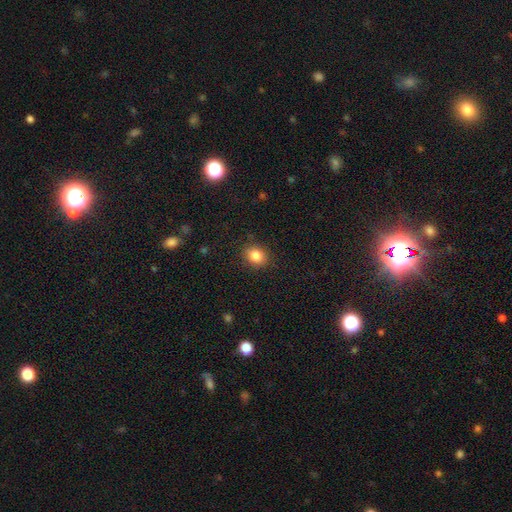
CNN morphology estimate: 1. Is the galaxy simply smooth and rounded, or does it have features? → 85% smooth, 10% star or artifact, 6% featured or disk.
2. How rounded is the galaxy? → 57% round, 42% in between, 1% cigar-shaped.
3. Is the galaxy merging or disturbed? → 88% none, 9% minor disturbance, 3% major disturbance, 1% merger.